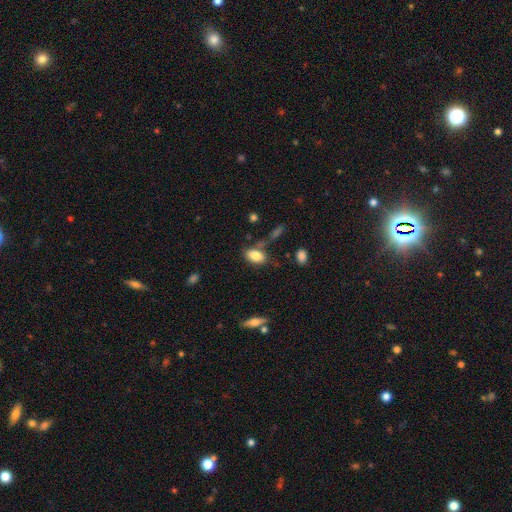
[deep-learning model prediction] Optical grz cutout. It shows a smooth galaxy with no disk features (82%) that is in between round and cigar-shaped (91%). Merging: none (67%).